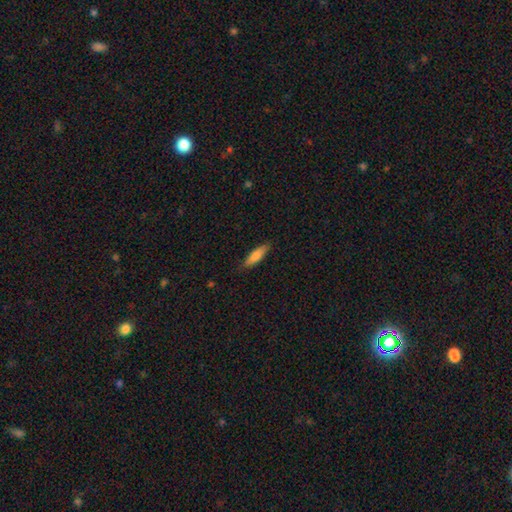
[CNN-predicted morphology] Smooth or featured: smooth — 76% (featured or disk — 18%)
How rounded: cigar-shaped — 57% (in between — 41%)
Merging: none — 85% (minor disturbance — 12%)